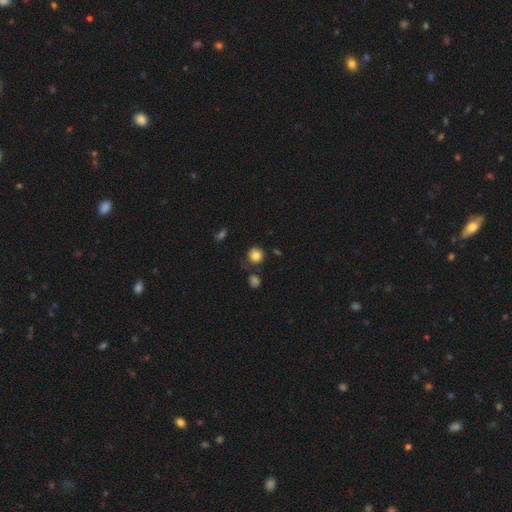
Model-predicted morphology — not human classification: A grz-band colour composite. It shows a smooth galaxy with no disk features (82%) that is round (89%). Merging: none (76%).